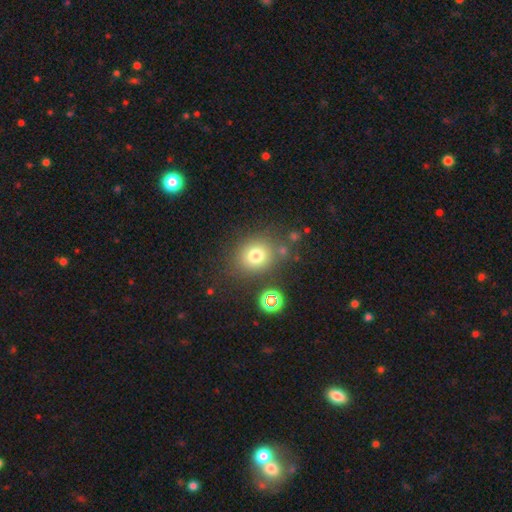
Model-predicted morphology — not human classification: This is likely a smooth galaxy (76%). How rounded: likely round (74%). Merging: likely none (76%).